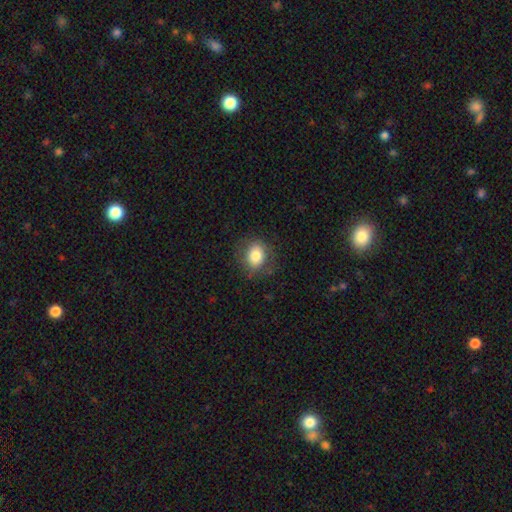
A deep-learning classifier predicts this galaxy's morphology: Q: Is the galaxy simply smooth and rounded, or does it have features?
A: smooth — 80%.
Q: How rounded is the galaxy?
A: round — 53%.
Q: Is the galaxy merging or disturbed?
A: none — 80%.